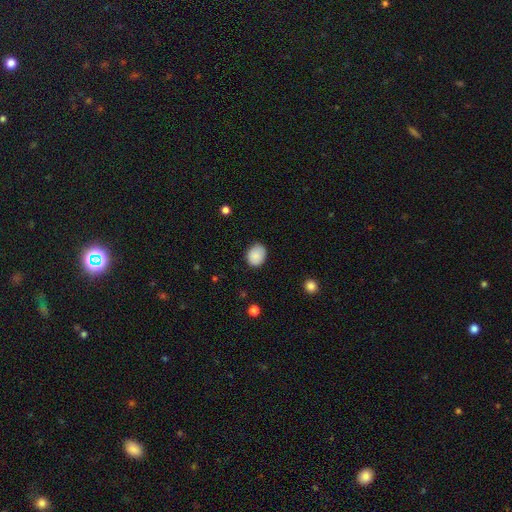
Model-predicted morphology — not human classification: The model was most divided on "how rounded": in between: 52%, round: 47%, cigar-shaped: 1%. More confident: smooth or featured — smooth (88%); merging — none (82%).